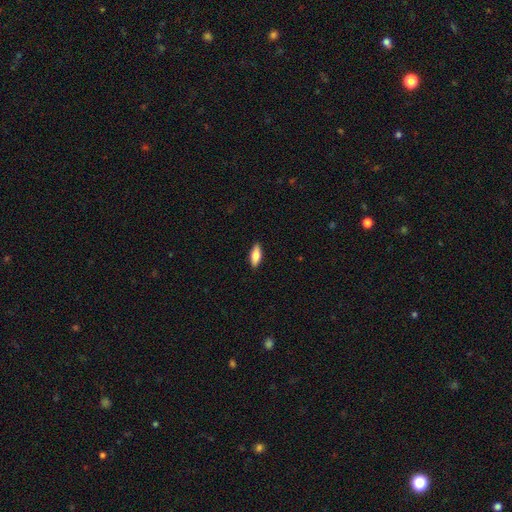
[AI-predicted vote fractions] Smooth or featured?
  - smooth: 79% *
  - featured or disk: 15%
  - star or artifact: 6%
How rounded?
  - in between: 70% *
  - cigar-shaped: 27%
  - round: 2%
Merging?
  - none: 89% *
  - minor disturbance: 8%
  - major disturbance: 2%
  - merger: 1%